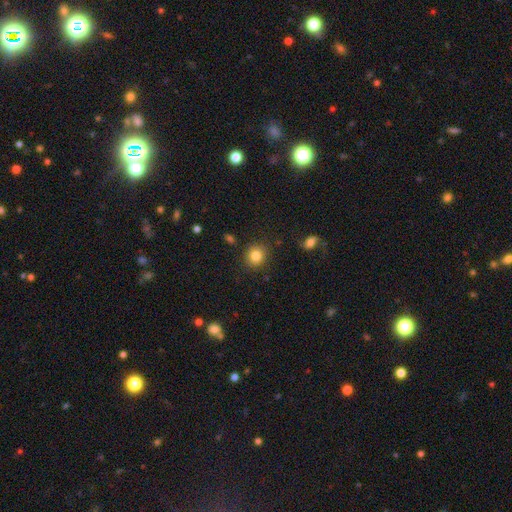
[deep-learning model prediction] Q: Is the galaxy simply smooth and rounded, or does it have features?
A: smooth — 84%.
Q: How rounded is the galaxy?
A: round — 85%.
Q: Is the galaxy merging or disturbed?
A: none — 88%.